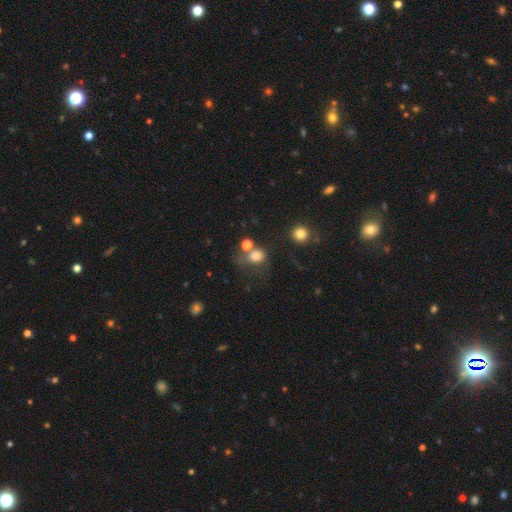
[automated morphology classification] This appears to be a smooth galaxy with no disk features (76%) that is round (67%). Merging: none (40%).